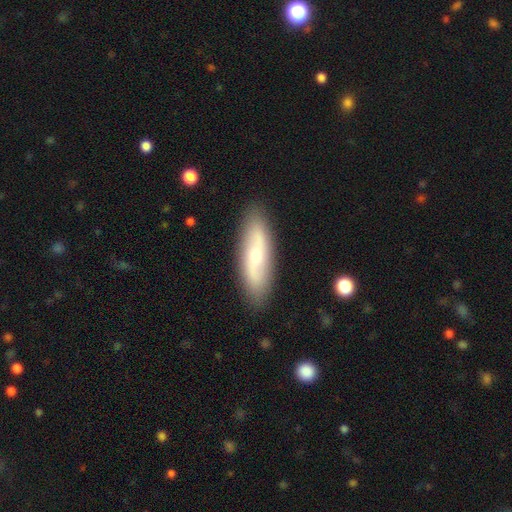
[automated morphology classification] Overall: featured or disk (51%; smooth 43%). Edge-on disk: no (74%). Merging: none (88%).